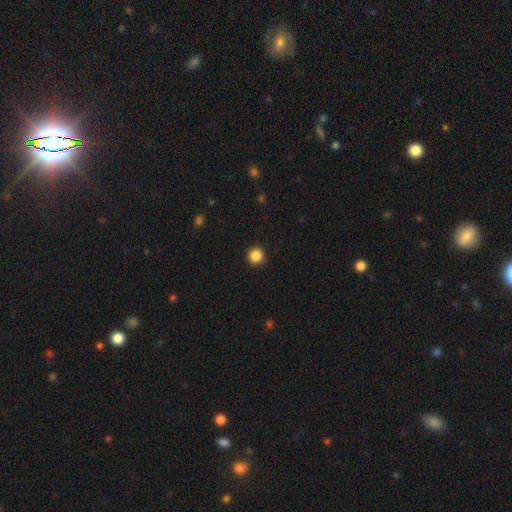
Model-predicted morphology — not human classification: Smooth or featured? smooth (86%)
How rounded? round (95%)
Merging? none (93%)